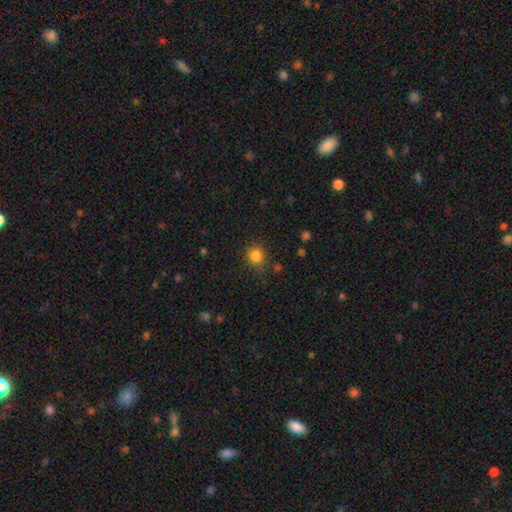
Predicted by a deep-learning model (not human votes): A smooth galaxy with no disk features (84%) that is round (85%).

Vote fractions:
- Smooth or featured? smooth: 84% / star or artifact: 12% / featured or disk: 4%
- How rounded? round: 85% / in between: 14% / cigar-shaped: 1%
- Merging? none: 81% / minor disturbance: 13% / major disturbance: 4% / merger: 2%